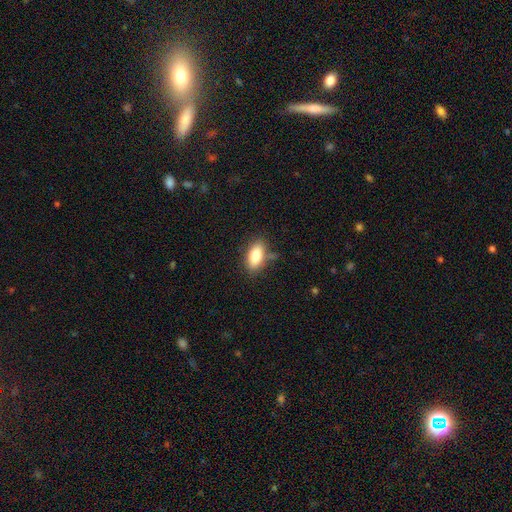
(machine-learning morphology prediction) type=smooth (82%); roundness=in between (88%); merging=none (76%).